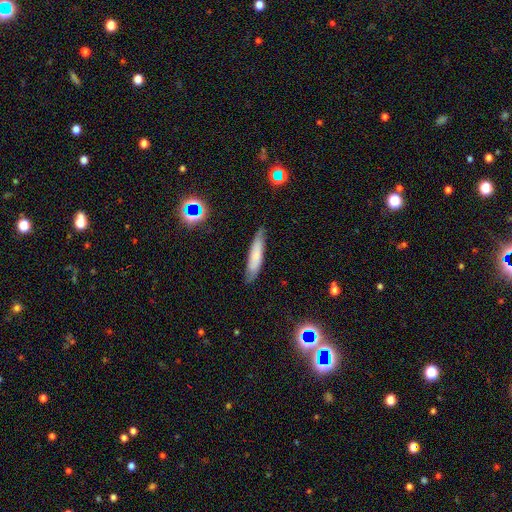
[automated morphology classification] Smooth or featured: smooth — 69% (featured or disk — 23%)
How rounded: cigar-shaped — 83% (in between — 16%)
Merging: none — 78% (minor disturbance — 17%)